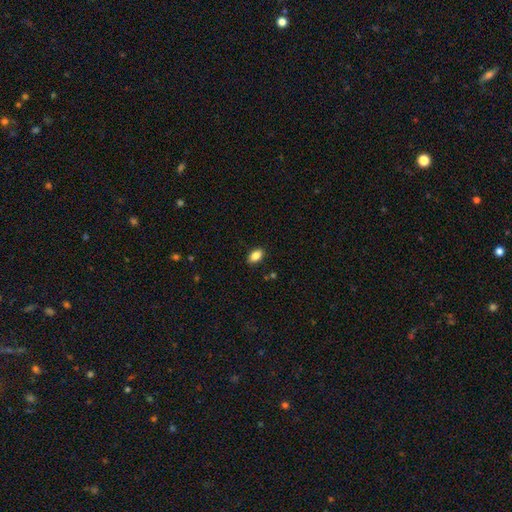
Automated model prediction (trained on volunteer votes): Smooth or featured?
  - smooth: 85% *
  - star or artifact: 8%
  - featured or disk: 7%
How rounded?
  - in between: 90% *
  - round: 7%
  - cigar-shaped: 3%
Merging?
  - none: 88% *
  - minor disturbance: 9%
  - major disturbance: 2%
  - merger: 1%